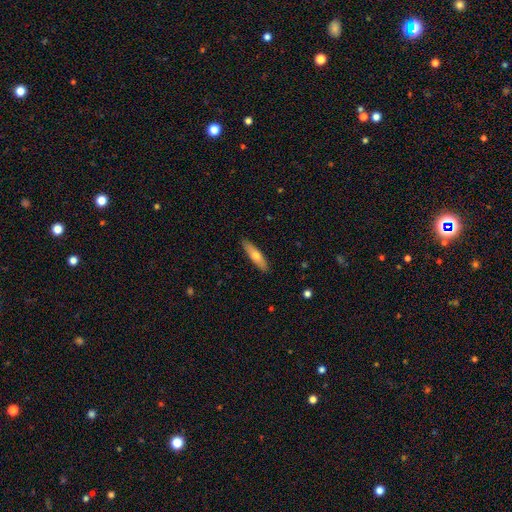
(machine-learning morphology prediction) smooth-or-featured: smooth: 61% | featured or disk: 33% | star or artifact: 6%
  how-rounded: cigar-shaped: 70% | in between: 28% | round: 2%
  merging: none: 89% | minor disturbance: 8% | major disturbance: 2% | merger: 1%